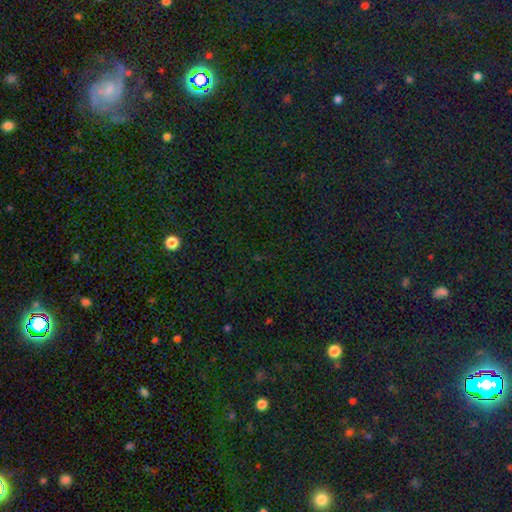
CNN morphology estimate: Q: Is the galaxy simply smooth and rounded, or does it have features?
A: star or artifact — 72%.